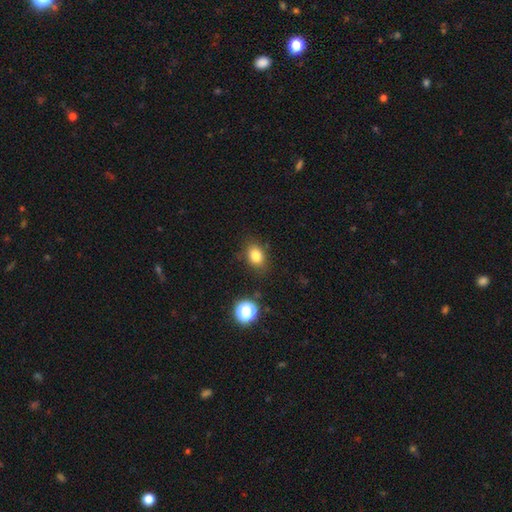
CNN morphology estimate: smooth-or-featured: smooth: 81% | star or artifact: 12% | featured or disk: 7%
  how-rounded: in between: 61% | round: 37% | cigar-shaped: 1%
  merging: none: 82% | minor disturbance: 12% | major disturbance: 3% | merger: 2%